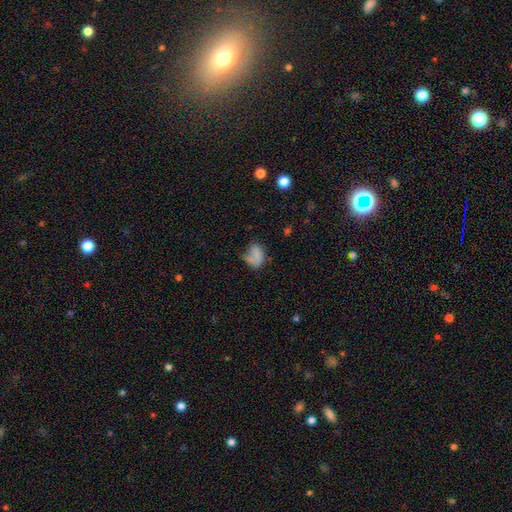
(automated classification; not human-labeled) Morphology: type=smooth (70%); roundness=in between (72%); merging=none (39%).